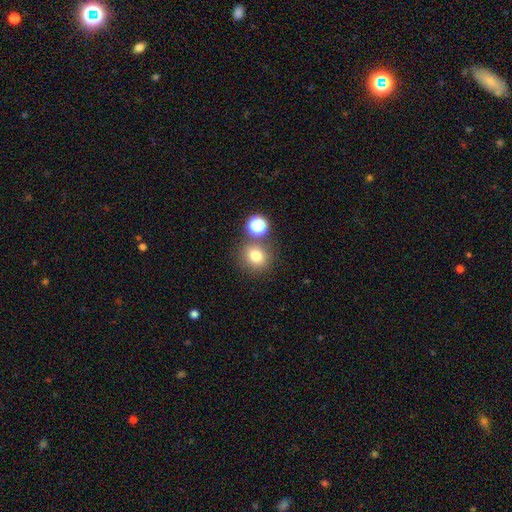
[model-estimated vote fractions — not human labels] A smooth galaxy with no disk features (77%) that is round (80%).

Vote fractions:
- Smooth or featured? smooth: 77% / star or artifact: 15% / featured or disk: 8%
- How rounded? round: 80% / in between: 19% / cigar-shaped: 1%
- Merging? none: 74% / merger: 12% / minor disturbance: 10% / major disturbance: 4%